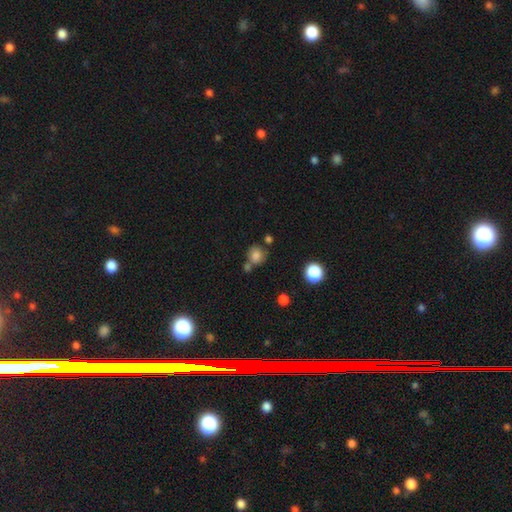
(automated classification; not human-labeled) Smooth or featured: smooth — 79% (star or artifact — 12%)
How rounded: round — 83% (in between — 16%)
Merging: none — 56% (merger — 24%)